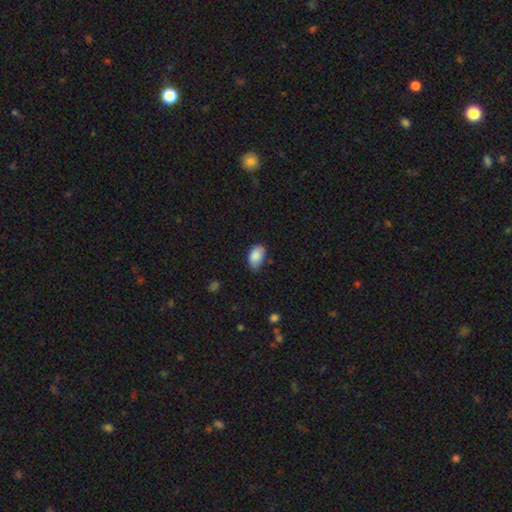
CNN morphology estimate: smooth_or_featured: smooth (p=0.87) [alt: star or artifact p=0.07]
how_rounded: in between (p=0.90) [alt: round p=0.09]
merging: none (p=0.57) [alt: minor disturbance p=0.35]